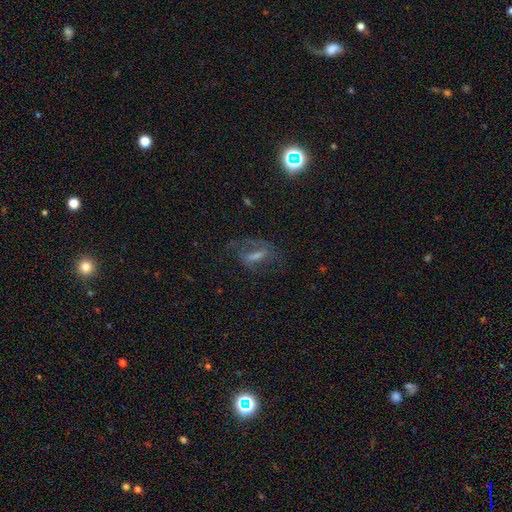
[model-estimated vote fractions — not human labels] Morphology: type=featured or disk (55%); edge-on=no (86%); merging=none (57%).